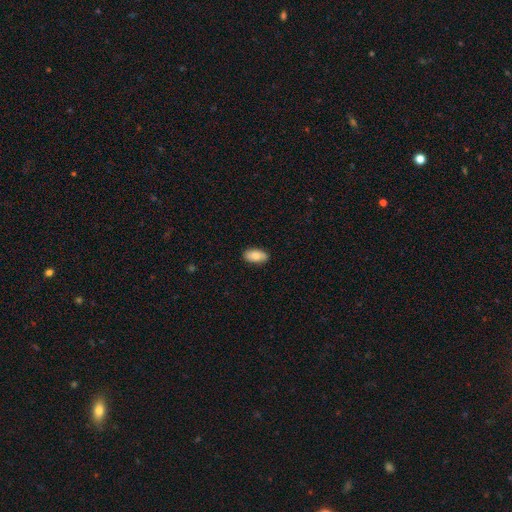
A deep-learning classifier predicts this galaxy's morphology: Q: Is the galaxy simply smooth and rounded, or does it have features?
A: smooth — 82%.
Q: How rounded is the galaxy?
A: in between — 93%.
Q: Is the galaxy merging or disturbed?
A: none — 87%.